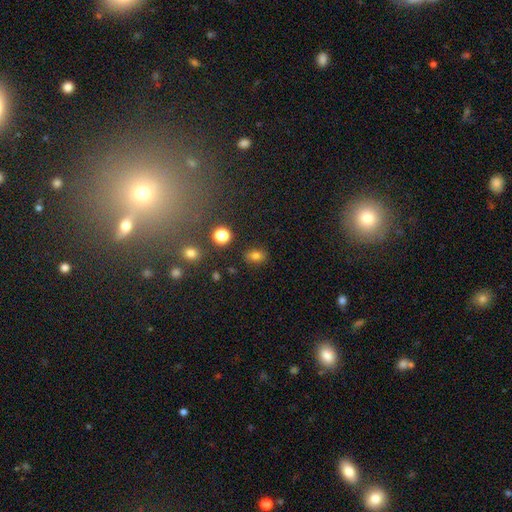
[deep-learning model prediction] smooth 75%, star or artifact 16%, featured or disk 8%. Down the decision tree: how rounded — in between (61%); merging — none (83%).